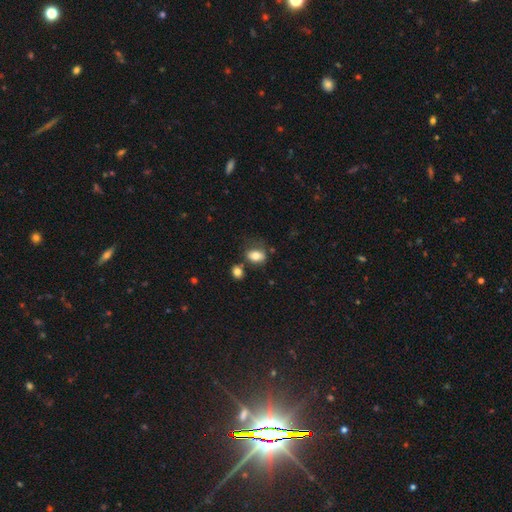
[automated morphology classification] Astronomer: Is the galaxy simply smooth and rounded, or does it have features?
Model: smooth — 79%.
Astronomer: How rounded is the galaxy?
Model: in between — 79%.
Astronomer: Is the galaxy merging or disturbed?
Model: none — 55%.